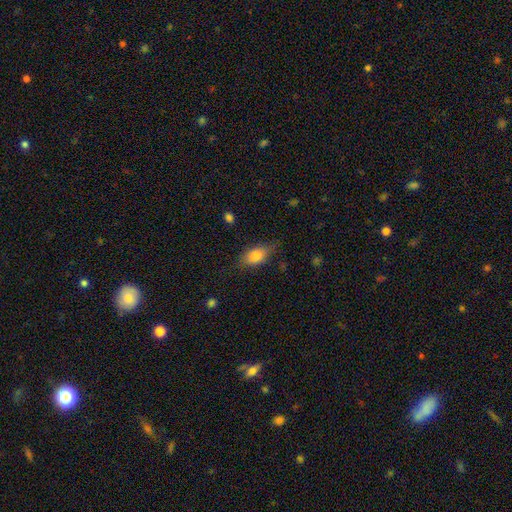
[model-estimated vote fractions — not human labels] This appears to be a smooth galaxy with no disk features (75%) that is in between round and cigar-shaped (84%). Merging: none (69%).